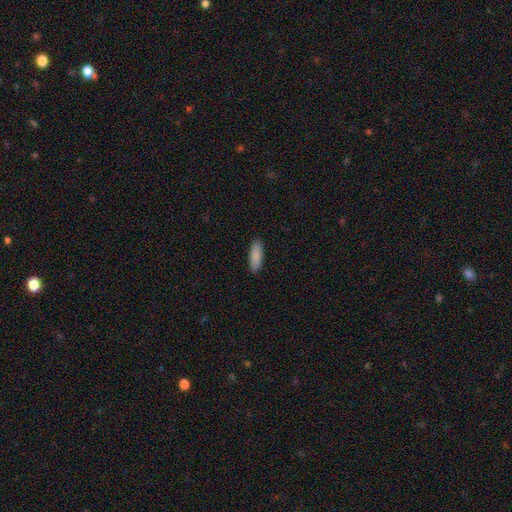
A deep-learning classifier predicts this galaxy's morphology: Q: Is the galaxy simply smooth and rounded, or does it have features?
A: smooth — 89%.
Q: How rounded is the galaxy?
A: in between — 61%.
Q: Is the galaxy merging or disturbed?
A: none — 90%.